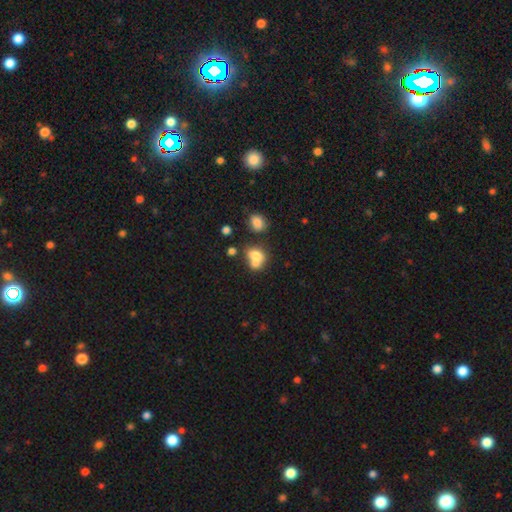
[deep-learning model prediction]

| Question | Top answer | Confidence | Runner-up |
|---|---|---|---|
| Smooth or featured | smooth | 72% | featured or disk (17%) |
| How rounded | in between | 57% | round (41%) |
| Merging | merger | 59% | none (26%) |